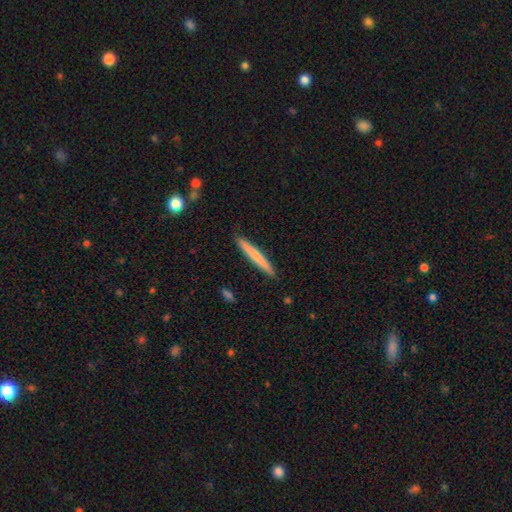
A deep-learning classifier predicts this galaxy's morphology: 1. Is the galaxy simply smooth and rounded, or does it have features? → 67% smooth, 28% featured or disk, 5% star or artifact.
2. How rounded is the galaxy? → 96% cigar-shaped, 2% in between, 1% round.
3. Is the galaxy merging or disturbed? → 92% none, 6% minor disturbance, 1% major disturbance, 1% merger.